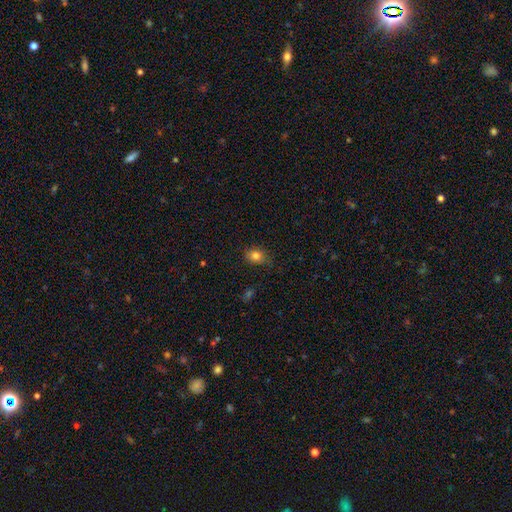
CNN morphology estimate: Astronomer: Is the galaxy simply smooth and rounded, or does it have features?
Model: smooth — 80%.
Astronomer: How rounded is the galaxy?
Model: in between — 53% (runner-up: round, 46%).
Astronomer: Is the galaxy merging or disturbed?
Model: none — 77%.